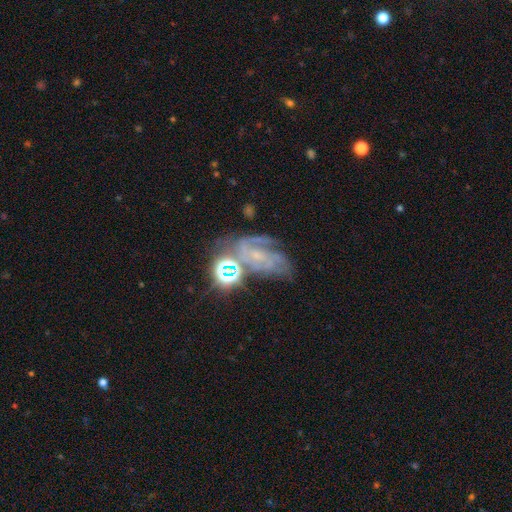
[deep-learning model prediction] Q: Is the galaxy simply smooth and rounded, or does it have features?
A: featured or disk — 66%.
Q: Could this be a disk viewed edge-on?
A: no — 96%.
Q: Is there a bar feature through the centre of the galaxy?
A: no — 56%.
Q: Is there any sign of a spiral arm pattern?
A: yes — 89%.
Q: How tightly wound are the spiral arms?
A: tight — 46%.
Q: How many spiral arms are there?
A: can't tell — 30%.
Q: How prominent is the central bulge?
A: small — 68%.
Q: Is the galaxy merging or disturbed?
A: none — 44%.